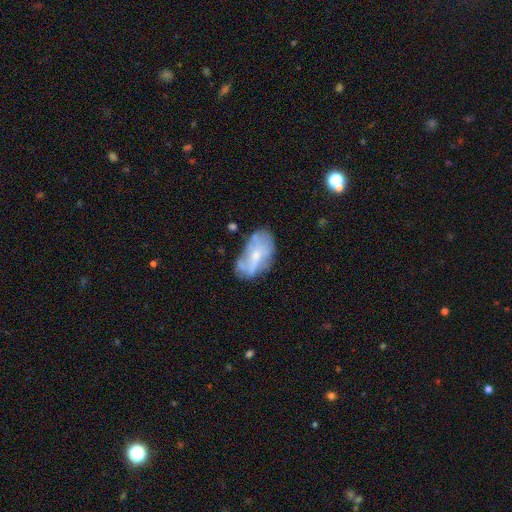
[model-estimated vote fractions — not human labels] Morphology: type=featured or disk (56%); edge-on=no (95%); bar=no (67%); spiral arms=no (54%); bulge=small (49%); merging=none (51%).